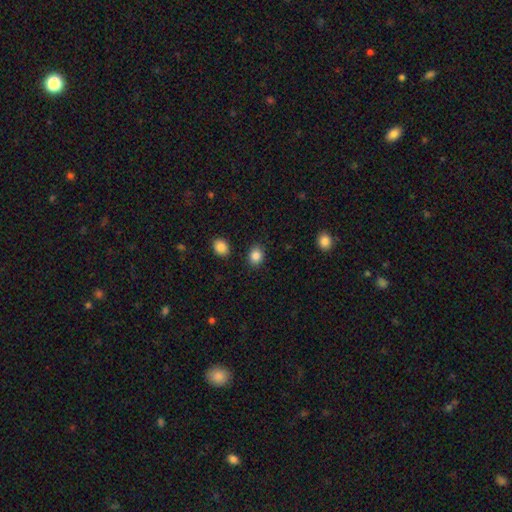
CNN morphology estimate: smooth-or-featured: smooth: 86% | star or artifact: 10% | featured or disk: 4%
  how-rounded: round: 61% | in between: 38% | cigar-shaped: 1%
  merging: none: 88% | minor disturbance: 7% | merger: 3% | major disturbance: 2%